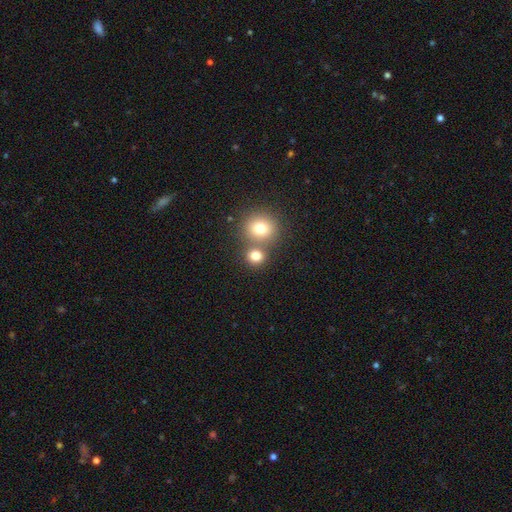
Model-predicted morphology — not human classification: The model was most divided on "merging": none: 58%, merger: 32%, minor disturbance: 7%, major disturbance: 3%. More confident: how rounded — round (85%); smooth or featured — smooth (79%).